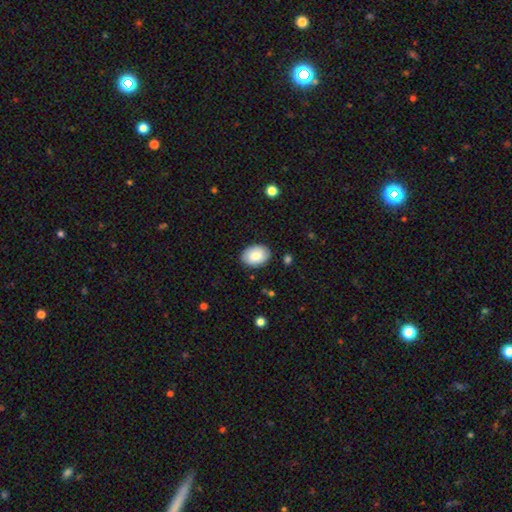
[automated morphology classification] Q: Smooth or featured?
A: smooth (82%); runner-up: featured or disk (11%)
Q: How rounded?
A: in between (78%); runner-up: round (21%)
Q: Merging?
A: none (87%); runner-up: minor disturbance (10%)